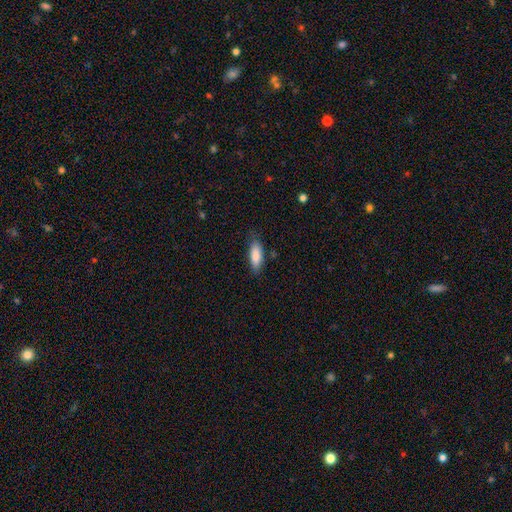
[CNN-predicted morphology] This appears to be a smooth galaxy with no disk features (85%) that is in between round and cigar-shaped (70%). Merging: none (80%).